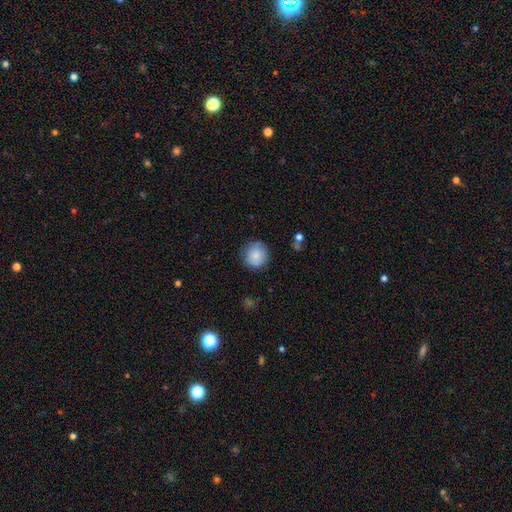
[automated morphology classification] smooth-or-featured: smooth: 82% | featured or disk: 11% | star or artifact: 8%
  how-rounded: round: 89% | in between: 10% | cigar-shaped: 1%
  merging: none: 81% | minor disturbance: 14% | major disturbance: 3% | merger: 1%